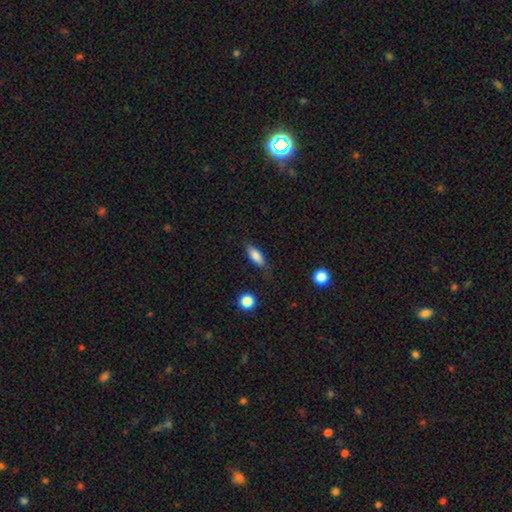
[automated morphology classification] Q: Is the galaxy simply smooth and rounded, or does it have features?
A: smooth — 81%.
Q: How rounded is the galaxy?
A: in between — 71%.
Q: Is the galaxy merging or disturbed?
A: none — 73%.